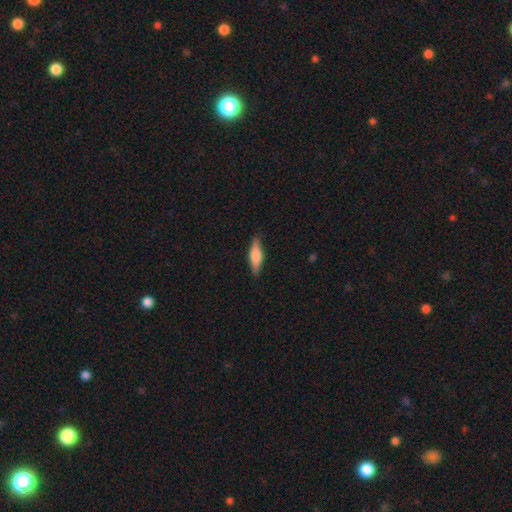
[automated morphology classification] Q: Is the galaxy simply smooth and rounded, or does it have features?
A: smooth — 61%.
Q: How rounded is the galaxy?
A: cigar-shaped — 60%.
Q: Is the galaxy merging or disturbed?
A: none — 86%.